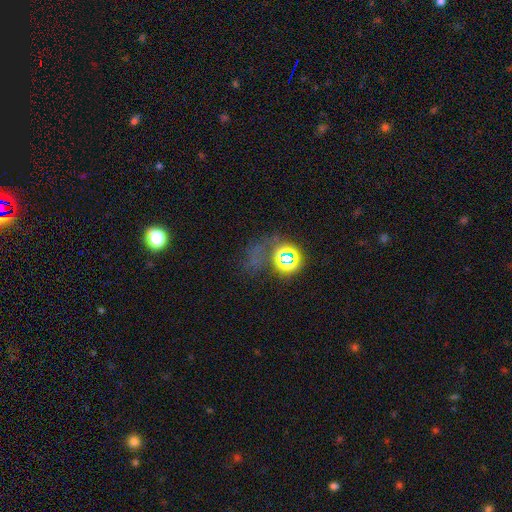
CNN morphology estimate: smooth-or-featured: star or artifact: 49% | smooth: 37% | featured or disk: 14%